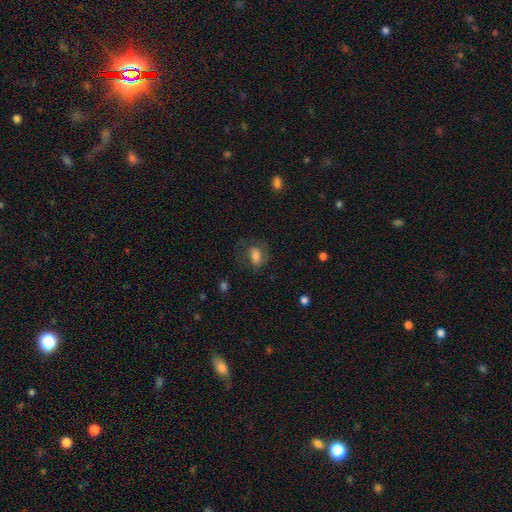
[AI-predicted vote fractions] This appears to be a smooth galaxy with no disk features (66%) that is in between round and cigar-shaped (78%). Merging: none (57%).